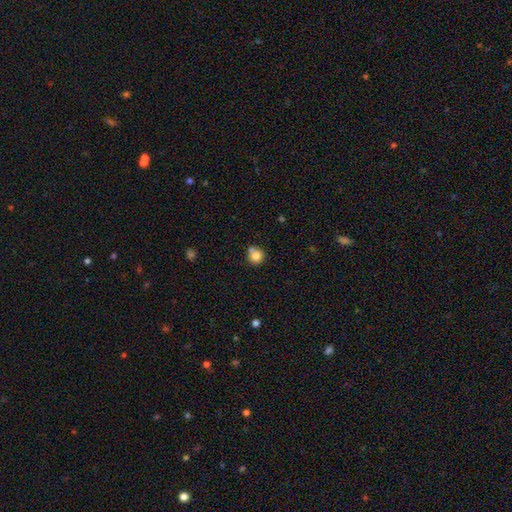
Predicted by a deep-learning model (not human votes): smooth 81%, star or artifact 11%, featured or disk 9%. Down the decision tree: how rounded — round (90%); merging — none (63%).